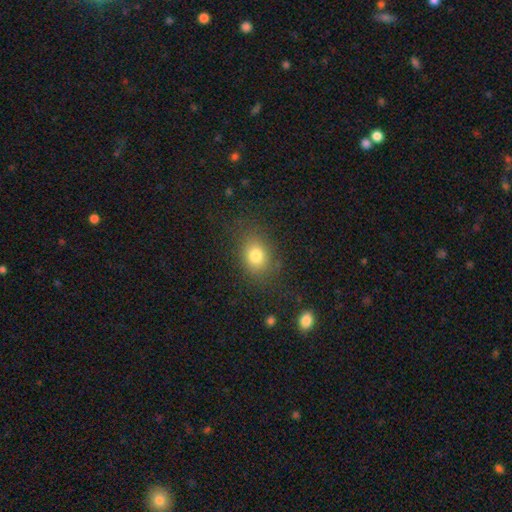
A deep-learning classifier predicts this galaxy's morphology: This is likely a smooth galaxy (79%). How rounded: possibly in between (55%). Merging: likely none (77%).